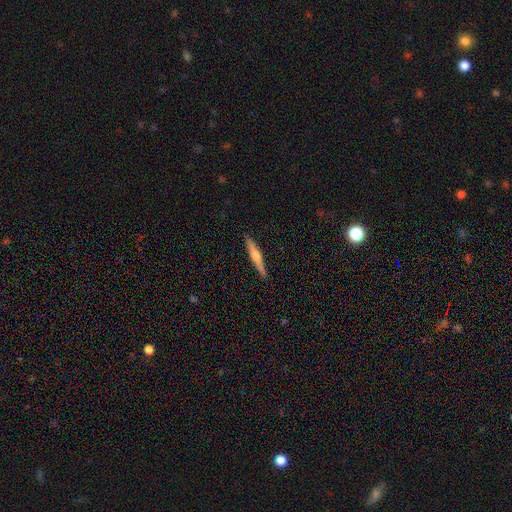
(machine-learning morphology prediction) Smooth or featured: featured or disk — 55% (smooth — 39%)
Edge-on disk: yes — 97% (no — 3%)
Edge-on bulge: rounded — 81% (none — 13%)
Merging: none — 91% (minor disturbance — 7%)